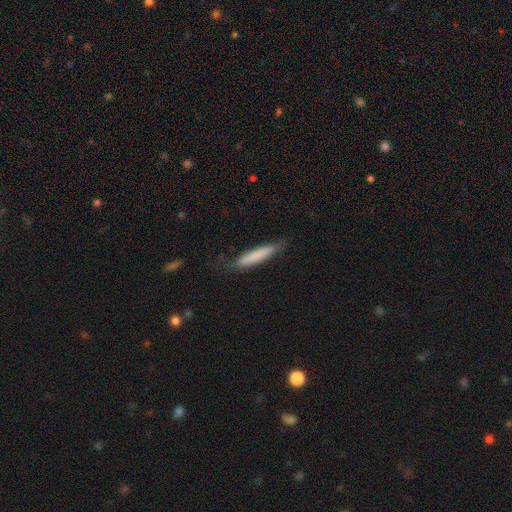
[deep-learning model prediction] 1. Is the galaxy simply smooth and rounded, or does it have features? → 76% smooth, 18% featured or disk, 6% star or artifact.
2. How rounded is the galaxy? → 91% cigar-shaped, 7% in between, 1% round.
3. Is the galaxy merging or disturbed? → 75% none, 19% minor disturbance, 4% major disturbance, 1% merger.